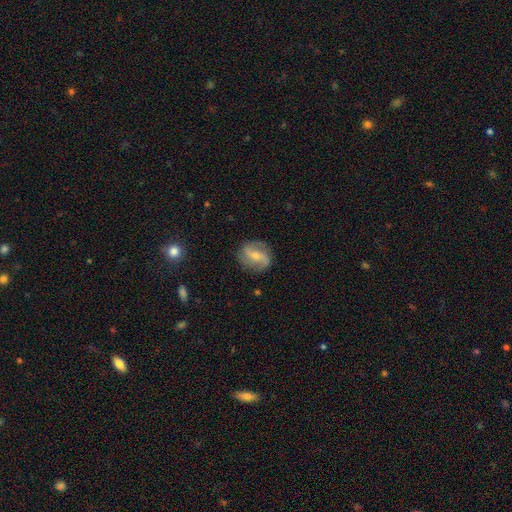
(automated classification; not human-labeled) smooth_or_featured: featured or disk (p=0.72) [alt: smooth p=0.21]
disk_edge_on: no (p=0.95) [alt: yes p=0.05]
bar: weak (p=0.38) [alt: strong p=0.34]
has_spiral_arms: yes (p=0.90) [alt: no p=0.10]
spiral_winding: loose (p=0.47) [alt: medium p=0.37]
spiral_arm_count: 2 (p=0.85) [alt: can't tell p=0.07]
bulge_size: small (p=0.55) [alt: moderate p=0.39]
merging: none (p=0.80) [alt: minor disturbance p=0.14]